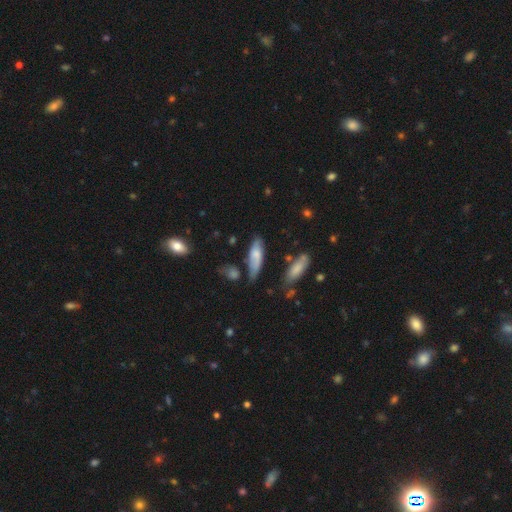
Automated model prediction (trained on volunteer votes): smooth_or_featured: smooth (p=0.68) [alt: featured or disk p=0.25]
how_rounded: in between (p=0.61) [alt: cigar-shaped p=0.37]
merging: none (p=0.54) [alt: minor disturbance p=0.29]